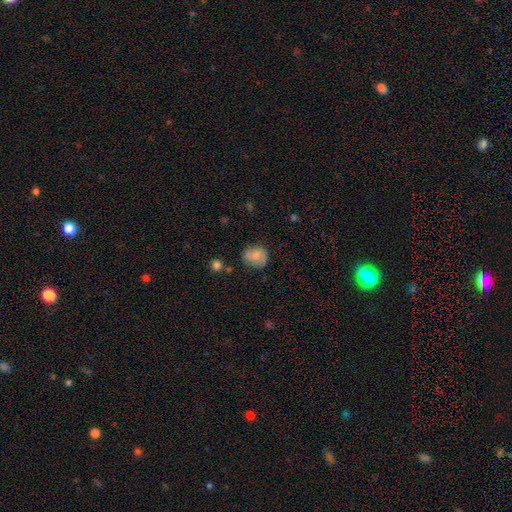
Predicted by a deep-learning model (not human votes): A smooth galaxy with no disk features (62%) that is round (72%).

Vote fractions:
- Smooth or featured? smooth: 62% / featured or disk: 29% / star or artifact: 9%
- How rounded? round: 72% / in between: 27% / cigar-shaped: 1%
- Merging? none: 67% / minor disturbance: 23% / major disturbance: 7% / merger: 3%